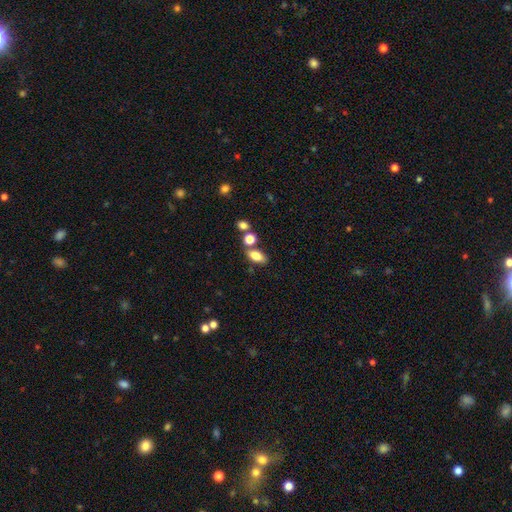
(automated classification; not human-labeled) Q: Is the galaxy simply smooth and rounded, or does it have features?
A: smooth — 82%.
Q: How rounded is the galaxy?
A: in between — 86%.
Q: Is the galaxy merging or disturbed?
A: none — 64%.